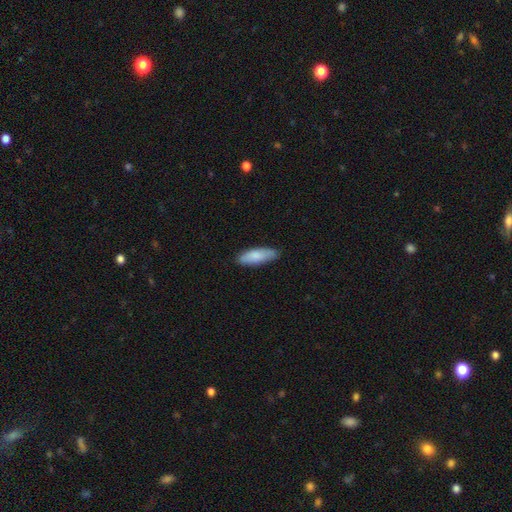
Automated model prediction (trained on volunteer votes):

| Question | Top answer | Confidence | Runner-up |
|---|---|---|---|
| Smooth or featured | smooth | 83% | featured or disk (11%) |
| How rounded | in between | 58% | cigar-shaped (40%) |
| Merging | none | 82% | minor disturbance (15%) |